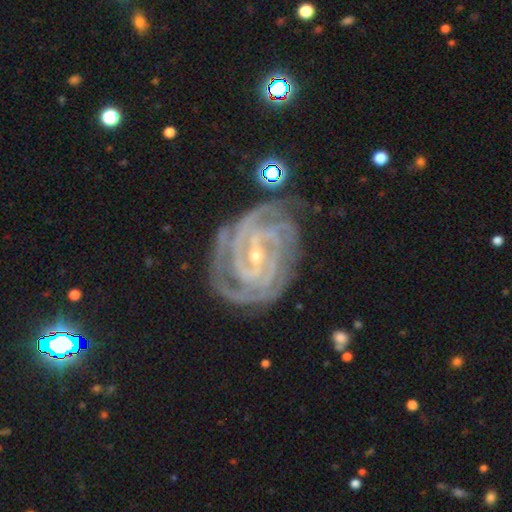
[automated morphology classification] Overall: featured or disk (92%). Edge-on disk: no (97%). Bar: weak (40%; strong 34%). Spiral arms: yes (99%). Spiral arm count: 3 (27%; 4 25%). Spiral winding: tight (83%). Bulge size: small (72%). Merging: none (75%).